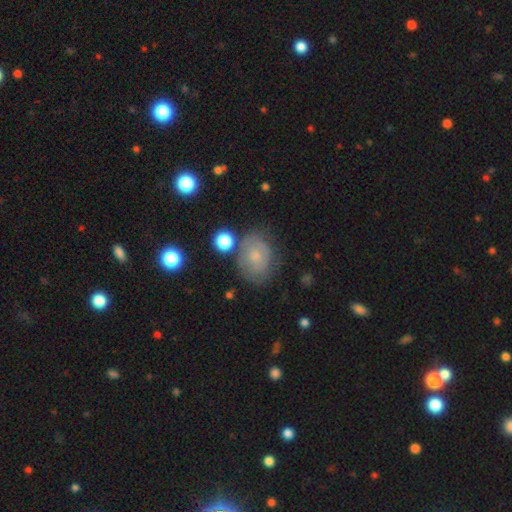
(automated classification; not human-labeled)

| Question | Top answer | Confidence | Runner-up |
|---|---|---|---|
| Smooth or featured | smooth | 56% | featured or disk (33%) |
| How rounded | in between | 62% | round (37%) |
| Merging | none | 66% | minor disturbance (22%) |